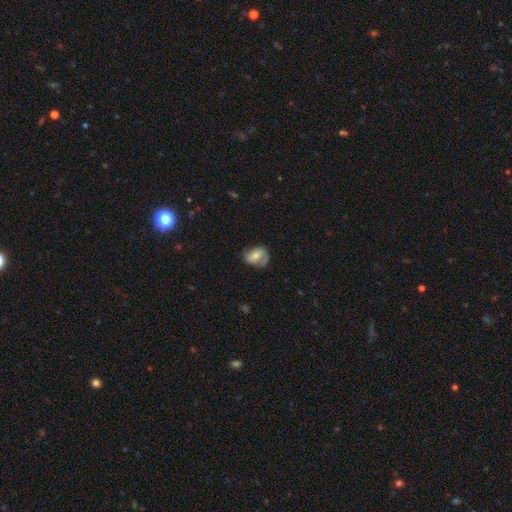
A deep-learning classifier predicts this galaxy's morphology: Smooth or featured: featured or disk — 52% (smooth — 40%)
Edge-on disk: no — 97% (yes — 3%)
Bar: no — 46% (weak — 38%)
Spiral arms: yes — 81% (no — 19%)
Bulge size: moderate — 49% (small — 41%)
Merging: none — 56% (minor disturbance — 28%)